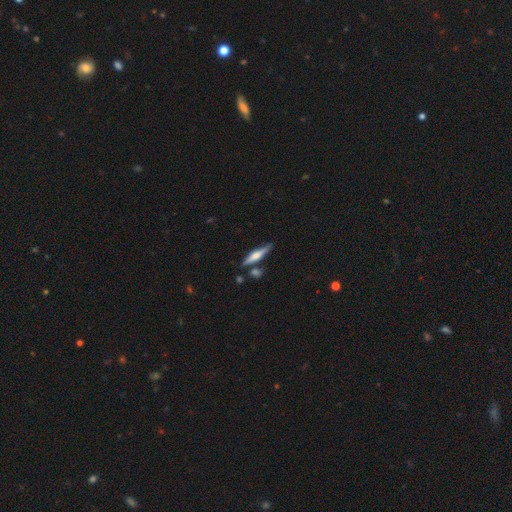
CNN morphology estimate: smooth_or_featured: featured or disk (p=0.58) [alt: smooth p=0.35]
disk_edge_on: yes (p=0.96) [alt: no p=0.04]
edge_on_bulge: rounded (p=0.72) [alt: boxy p=0.20]
merging: none (p=0.78) [alt: minor disturbance p=0.12]